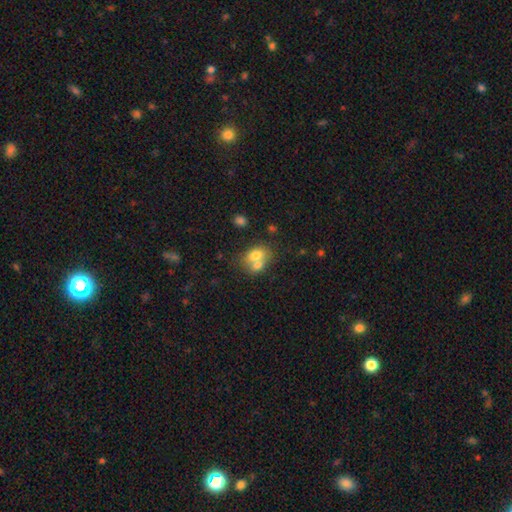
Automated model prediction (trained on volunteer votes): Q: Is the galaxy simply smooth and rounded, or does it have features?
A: smooth — 69%.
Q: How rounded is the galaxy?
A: in between — 67%.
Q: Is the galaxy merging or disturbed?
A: merger — 61%.